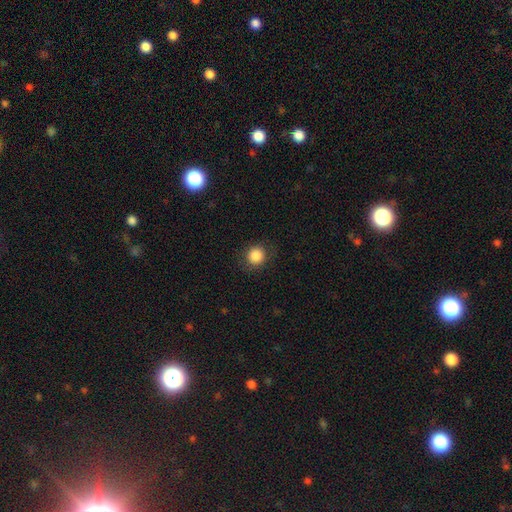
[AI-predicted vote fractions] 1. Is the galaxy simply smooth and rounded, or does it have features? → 86% smooth, 9% star or artifact, 5% featured or disk.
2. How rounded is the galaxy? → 89% round, 10% in between, 1% cigar-shaped.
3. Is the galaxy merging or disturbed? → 86% none, 10% minor disturbance, 3% major disturbance, 1% merger.